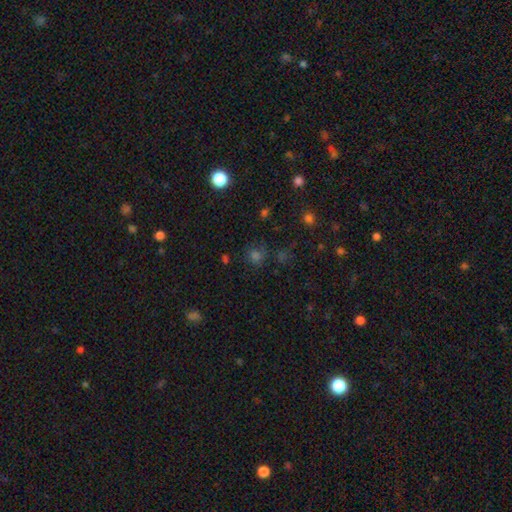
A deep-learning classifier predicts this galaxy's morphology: Smooth or featured? Predicted: smooth (p=0.58). How rounded? Predicted: round (p=0.81). Merging? Predicted: none (p=0.75).